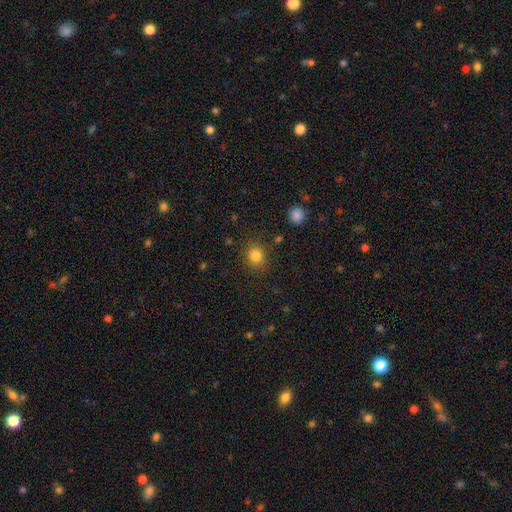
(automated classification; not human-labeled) Overall: smooth (83%). How rounded: round (72%). Merging: none (85%).